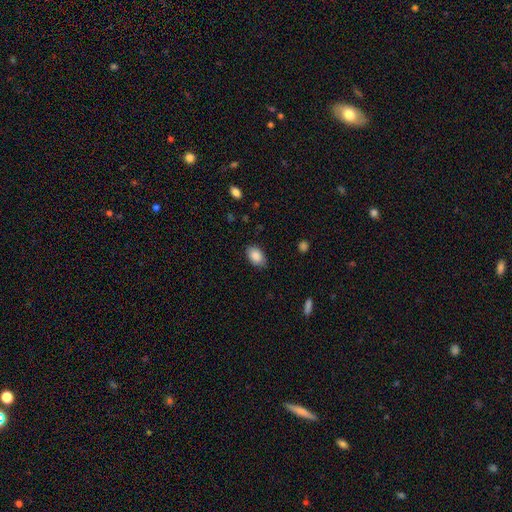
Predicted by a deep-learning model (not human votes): smooth 88%, star or artifact 7%, featured or disk 5%. Down the decision tree: how rounded — in between (87%); merging — none (82%).